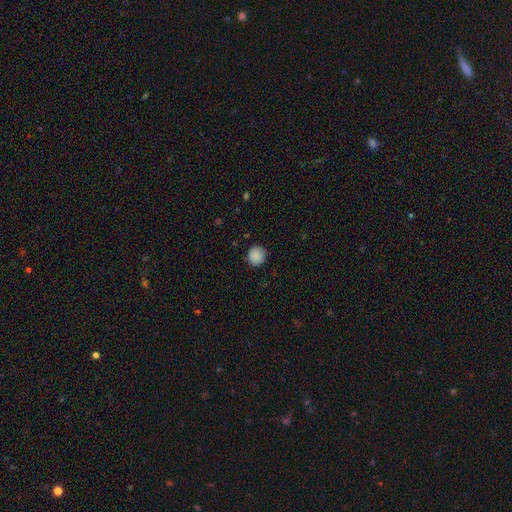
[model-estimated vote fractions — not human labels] Morphology: type=smooth (89%); roundness=round (93%); merging=none (89%).